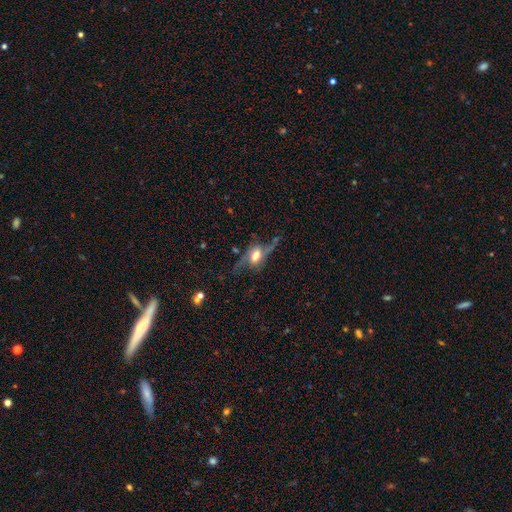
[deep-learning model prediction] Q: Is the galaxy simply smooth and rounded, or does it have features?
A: featured or disk — 70%.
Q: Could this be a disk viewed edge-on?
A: no — 60%.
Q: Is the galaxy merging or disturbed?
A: none — 56%.